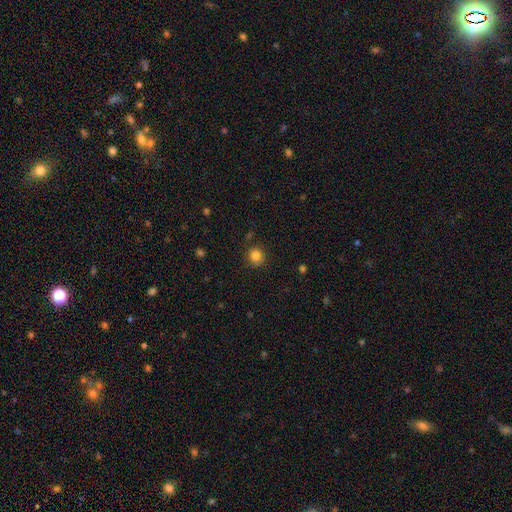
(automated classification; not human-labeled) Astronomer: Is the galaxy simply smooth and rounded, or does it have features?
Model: smooth — 83%.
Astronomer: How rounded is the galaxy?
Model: round — 90%.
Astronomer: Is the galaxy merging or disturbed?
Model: none — 85%.